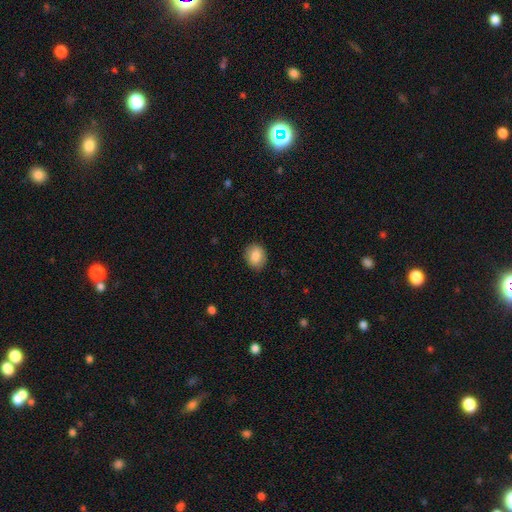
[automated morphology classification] The model was most divided on "how rounded": round: 54%, in between: 45%, cigar-shaped: 1%. More confident: merging — none (87%); smooth or featured — smooth (85%).